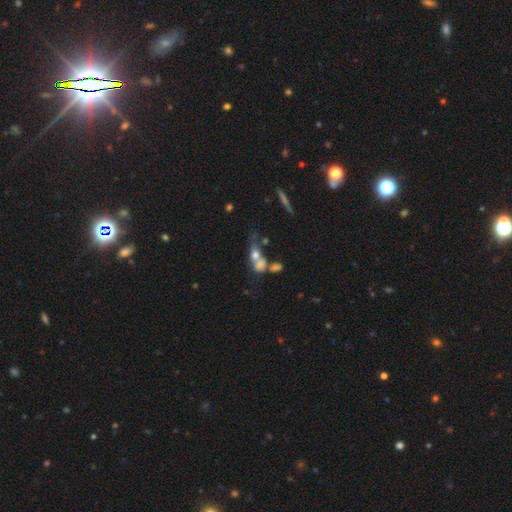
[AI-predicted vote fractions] This is marginally a smooth galaxy (43%). Merging: possibly merger (56%).